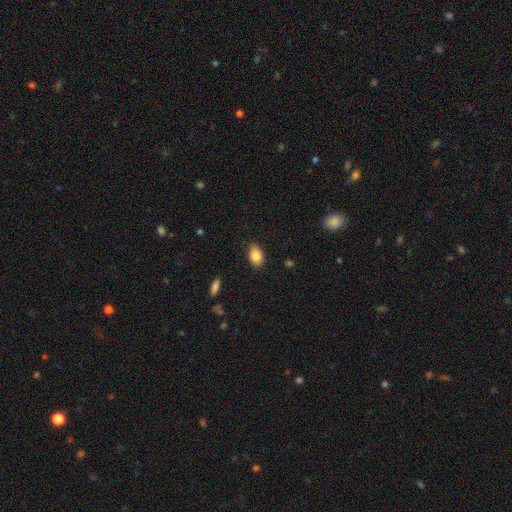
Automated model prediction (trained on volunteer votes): A smooth galaxy with no disk features (85%) that is in between round and cigar-shaped (90%).

Vote fractions:
- Smooth or featured? smooth: 85% / star or artifact: 8% / featured or disk: 7%
- How rounded? in between: 90% / round: 9% / cigar-shaped: 2%
- Merging? none: 86% / minor disturbance: 10% / major disturbance: 2% / merger: 1%